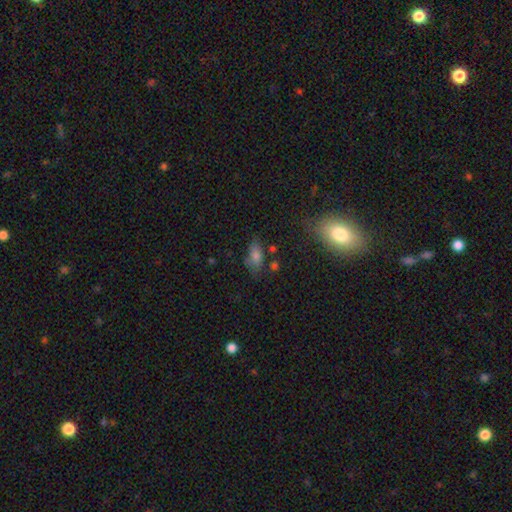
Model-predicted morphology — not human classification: smooth 71%, star or artifact 15%, featured or disk 13%. Down the decision tree: how rounded — in between (84%); merging — none (67%).